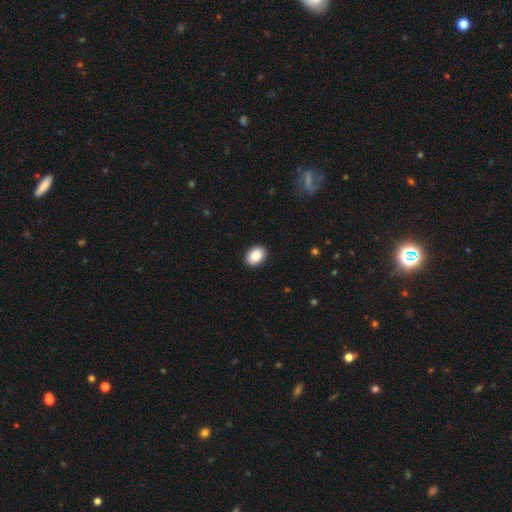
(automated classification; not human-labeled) This is clearly a smooth galaxy (86%). How rounded: likely in between (77%). Merging: clearly none (91%).